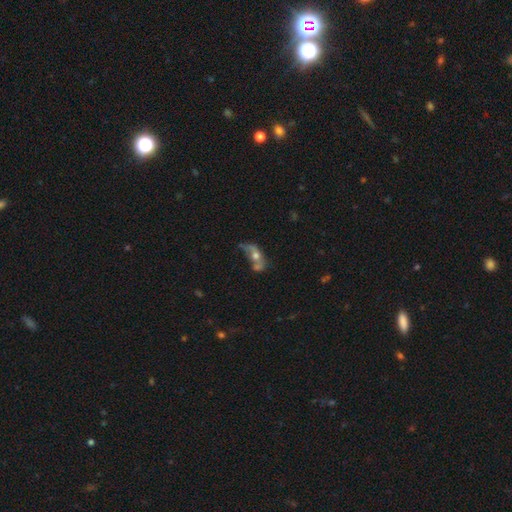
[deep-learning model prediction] The model was most divided on "merging": merger: 35%, none: 26%, major disturbance: 23%, minor disturbance: 16%. Remaining: smooth or featured — featured or disk (47%).